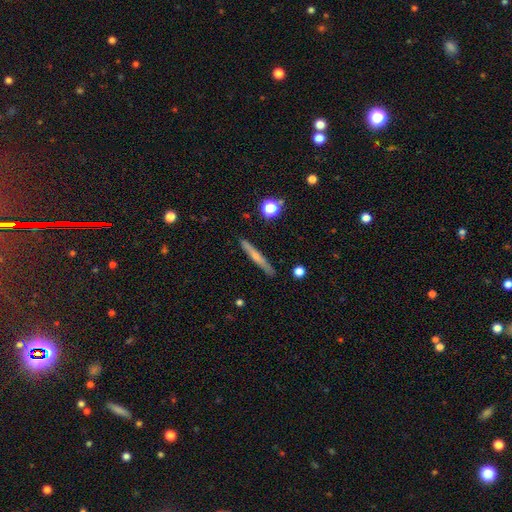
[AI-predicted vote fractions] Smooth or featured: smooth — 46% (tied with featured or disk — 46%)
Merging: none — 89% (minor disturbance — 8%)